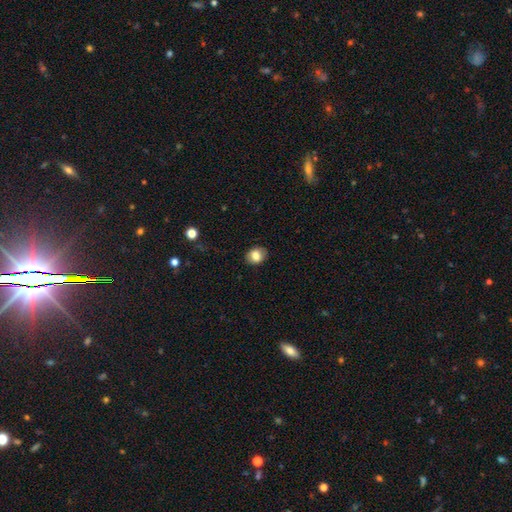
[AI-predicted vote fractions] Overall: smooth (81%). How rounded: round (53%; in between 46%). Merging: none (85%).